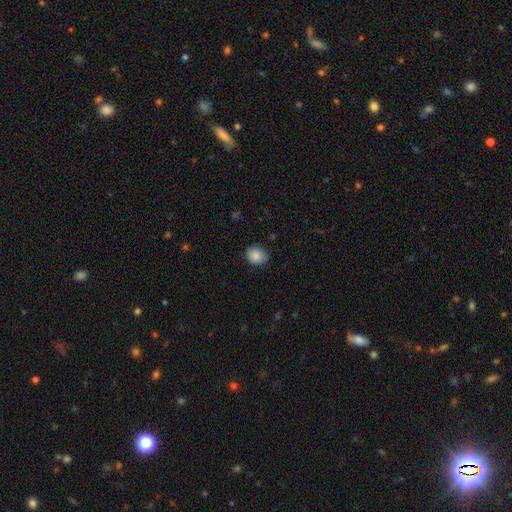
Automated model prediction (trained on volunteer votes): This is clearly a smooth galaxy (87%). How rounded: likely round (66%). Merging: clearly none (81%).